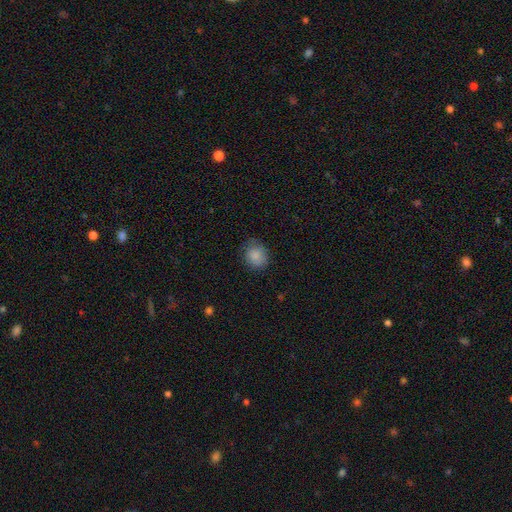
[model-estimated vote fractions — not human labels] This is clearly a smooth galaxy (86%). How rounded: likely round (64%). Merging: likely none (73%).